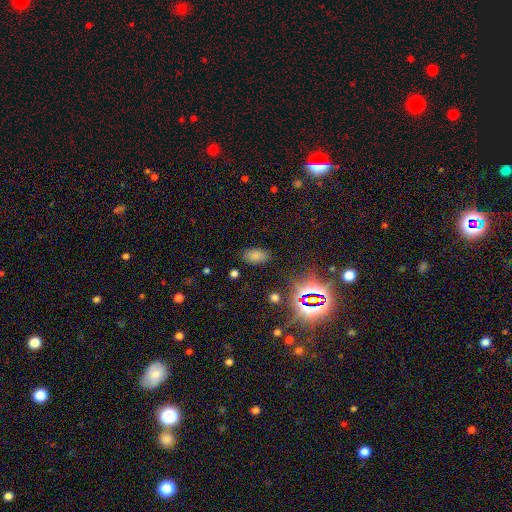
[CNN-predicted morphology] type=smooth (72%); roundness=in between (91%); merging=none (82%).